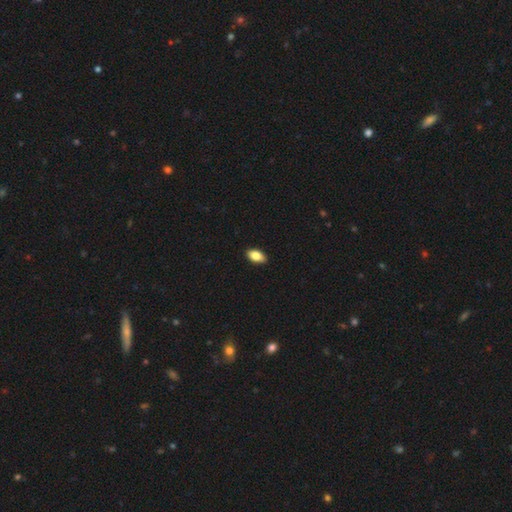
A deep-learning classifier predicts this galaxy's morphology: type=smooth (84%); roundness=in between (92%); merging=none (90%).